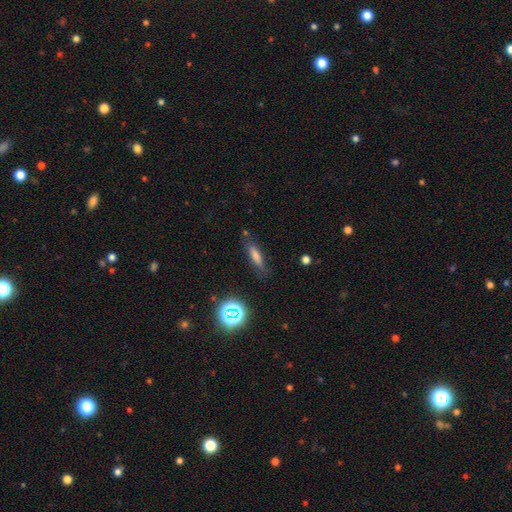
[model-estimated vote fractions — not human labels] Smooth or featured: smooth — 65% (featured or disk — 19%)
How rounded: cigar-shaped — 67% (in between — 29%)
Merging: none — 77% (minor disturbance — 16%)